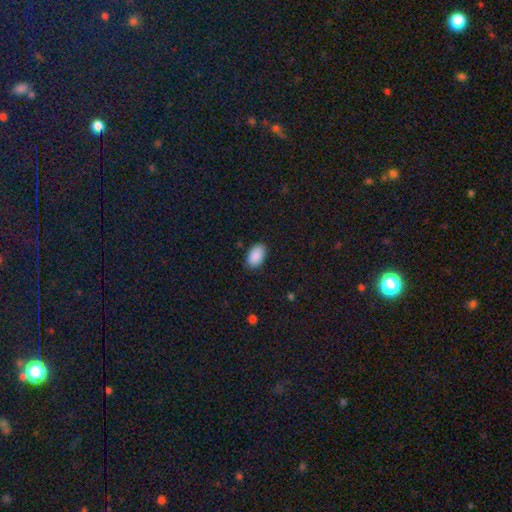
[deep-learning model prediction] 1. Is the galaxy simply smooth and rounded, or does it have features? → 90% smooth, 7% star or artifact, 3% featured or disk.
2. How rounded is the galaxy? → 93% in between, 6% round, 1% cigar-shaped.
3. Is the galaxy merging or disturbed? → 85% none, 11% minor disturbance, 2% major disturbance, 1% merger.